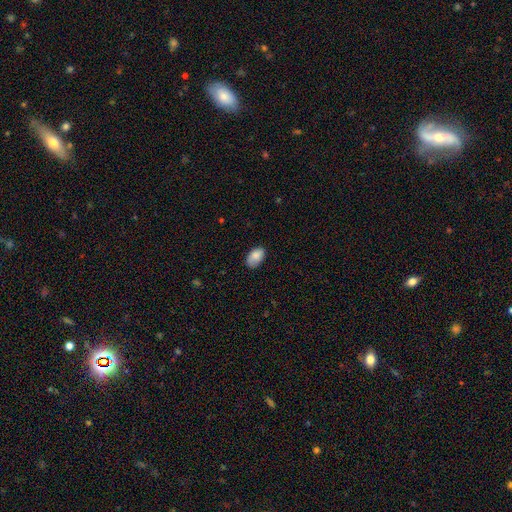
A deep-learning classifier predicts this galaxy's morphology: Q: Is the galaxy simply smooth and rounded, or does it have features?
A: smooth — 85%.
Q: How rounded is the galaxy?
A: in between — 93%.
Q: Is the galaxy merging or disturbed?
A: none — 74%.